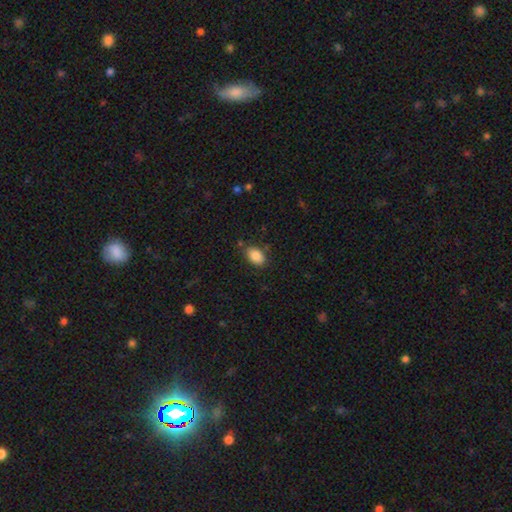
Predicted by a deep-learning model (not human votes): Smooth or featured?
  - smooth: 85% *
  - star or artifact: 8%
  - featured or disk: 7%
How rounded?
  - in between: 88% *
  - round: 11%
  - cigar-shaped: 1%
Merging?
  - none: 80% *
  - minor disturbance: 14%
  - major disturbance: 3%
  - merger: 3%